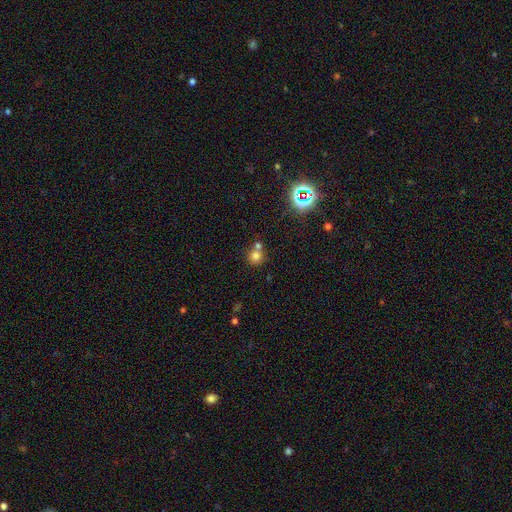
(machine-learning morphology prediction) Q: Smooth or featured?
A: smooth (73%); runner-up: star or artifact (17%)
Q: How rounded?
A: round (89%); runner-up: in between (10%)
Q: Merging?
A: none (54%); runner-up: merger (35%)